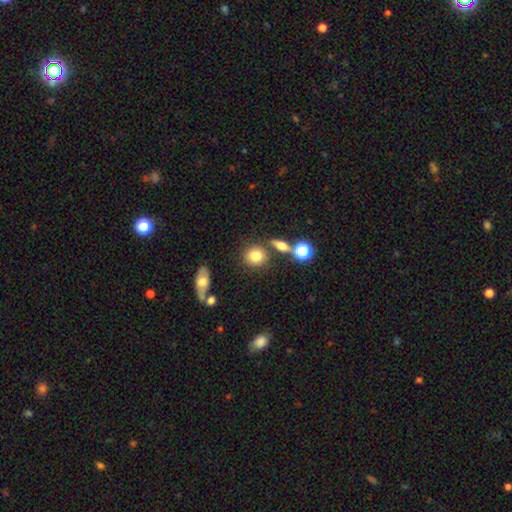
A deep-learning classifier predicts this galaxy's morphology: smooth-or-featured: smooth: 79% | star or artifact: 12% | featured or disk: 9%
  how-rounded: round: 78% | in between: 20% | cigar-shaped: 2%
  merging: none: 73% | merger: 12% | minor disturbance: 11% | major disturbance: 4%